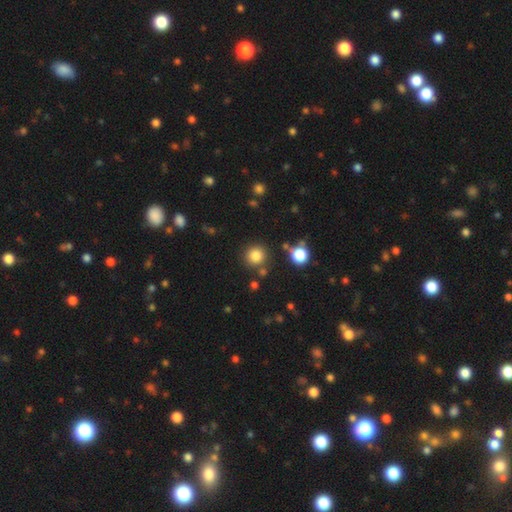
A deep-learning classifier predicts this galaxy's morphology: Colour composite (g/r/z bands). It shows a smooth galaxy with no disk features (83%) that is round (94%). Merging: none (84%).